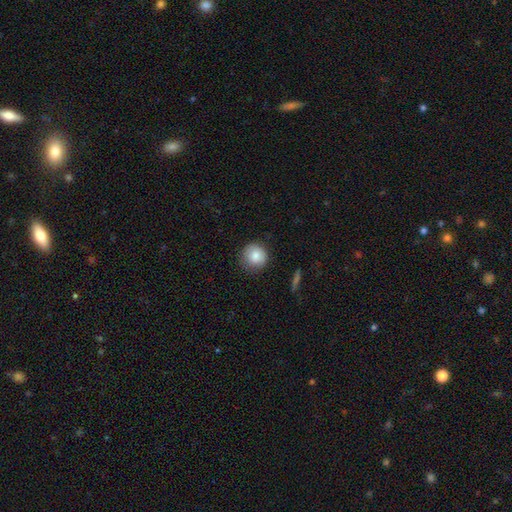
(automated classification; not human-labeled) This is clearly a smooth galaxy (84%). How rounded: clearly round (92%). Merging: clearly none (81%).